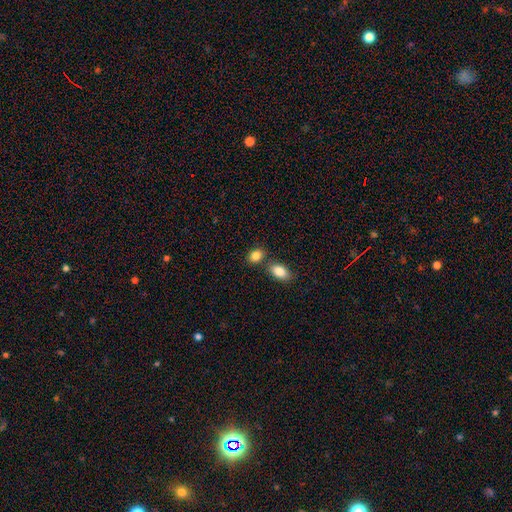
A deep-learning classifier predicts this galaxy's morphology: This is clearly a smooth galaxy (85%). How rounded: likely in between (68%). Merging: likely none (63%).